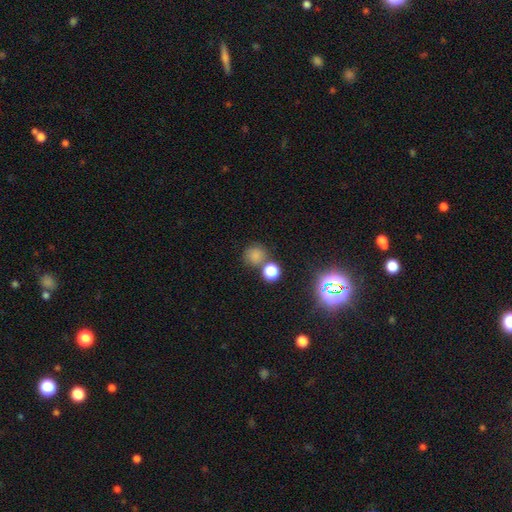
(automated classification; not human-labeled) Smooth or featured? Predicted: smooth (p=0.74). How rounded? Predicted: round (p=0.87). Merging? Predicted: none (p=0.66).